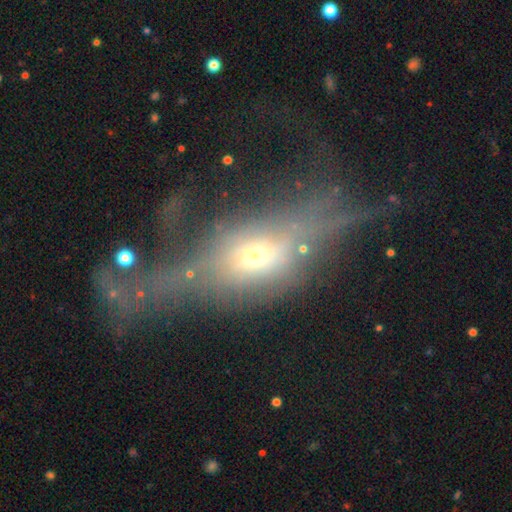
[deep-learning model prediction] smooth-or-featured: featured or disk: 53% | smooth: 30% | star or artifact: 17%
  disk-edge-on: yes: 53% | no: 47%
  merging: major disturbance: 53% | none: 24% | minor disturbance: 16% | merger: 7%